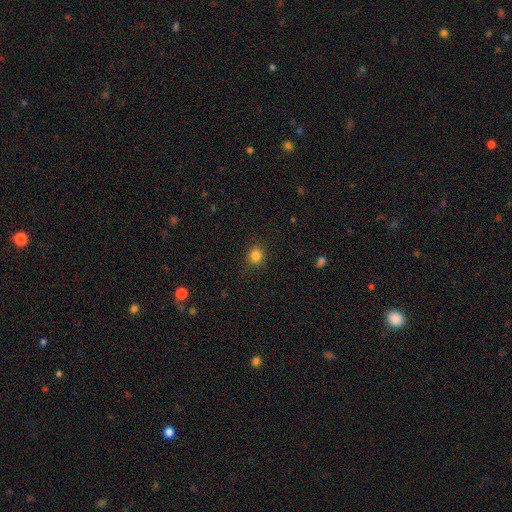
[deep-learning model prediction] A smooth galaxy with no disk features (84%) that is round (84%).

Vote fractions:
- Smooth or featured? smooth: 84% / star or artifact: 12% / featured or disk: 4%
- How rounded? round: 84% / in between: 15% / cigar-shaped: 1%
- Merging? none: 89% / minor disturbance: 8% / major disturbance: 3% / merger: 1%